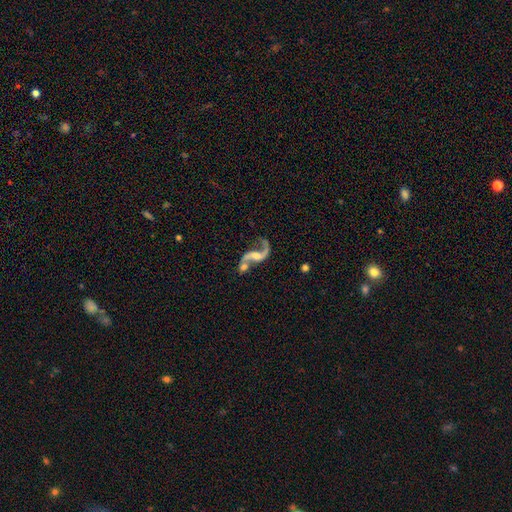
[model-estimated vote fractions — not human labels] The model was most divided on "bulge size": small: 39%, moderate: 36%, none: 18%, large: 5%, dominant: 2%. Remaining: edge-on disk — no (96%); spiral arms — yes (93%); spiral arm count — 2 (89%); spiral winding — loose (88%); smooth or featured — featured or disk (86%); bar — no (48%); merging — none (39%).